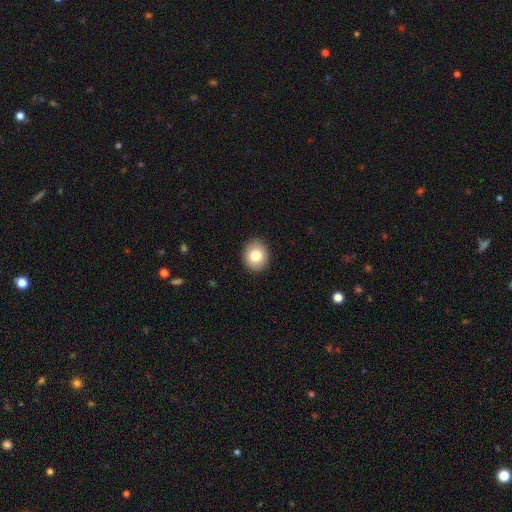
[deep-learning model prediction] A smooth galaxy with no disk features (81%) that is round (71%). Merging: none (91%).